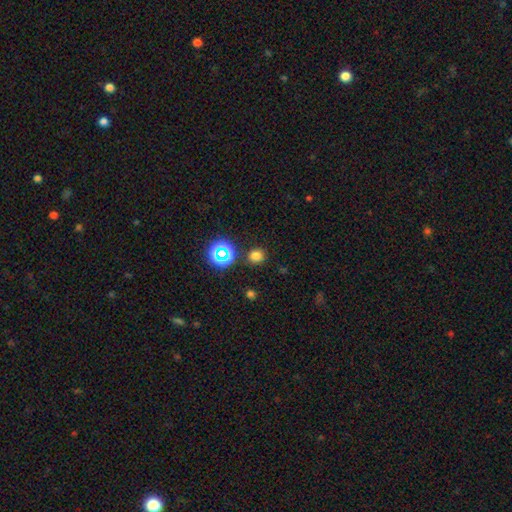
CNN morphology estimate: This is likely a smooth galaxy (73%). How rounded: clearly round (83%). Merging: clearly none (86%).